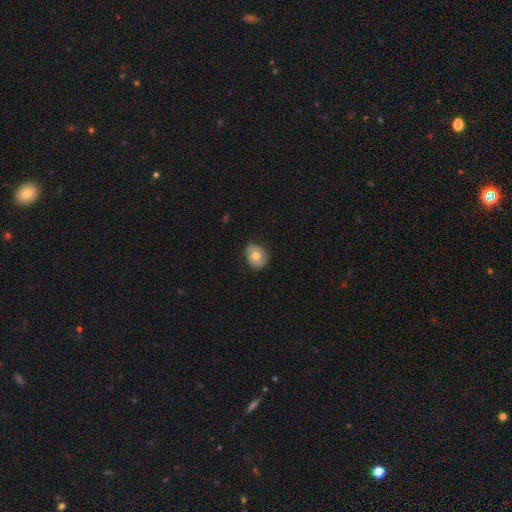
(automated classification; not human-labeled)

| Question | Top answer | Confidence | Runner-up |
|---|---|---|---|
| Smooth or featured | smooth | 71% | featured or disk (20%) |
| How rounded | round | 70% | in between (29%) |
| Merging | none | 82% | minor disturbance (15%) |